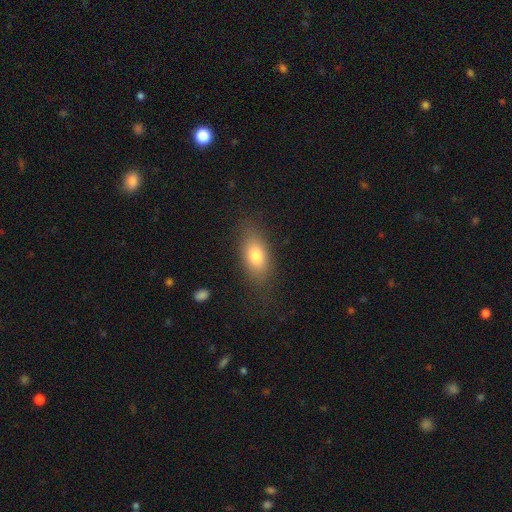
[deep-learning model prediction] Overall: smooth (77%). How rounded: in between (84%). Merging: none (79%).